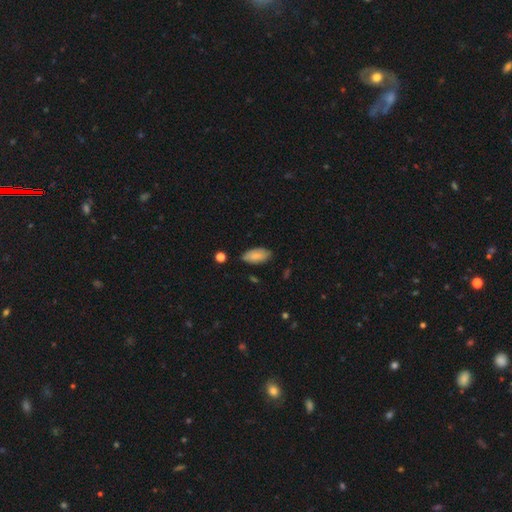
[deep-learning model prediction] The model was most divided on "merging": none: 78%, minor disturbance: 17%, major disturbance: 3%, merger: 2%. More confident: how rounded — in between (93%); smooth or featured — smooth (80%).